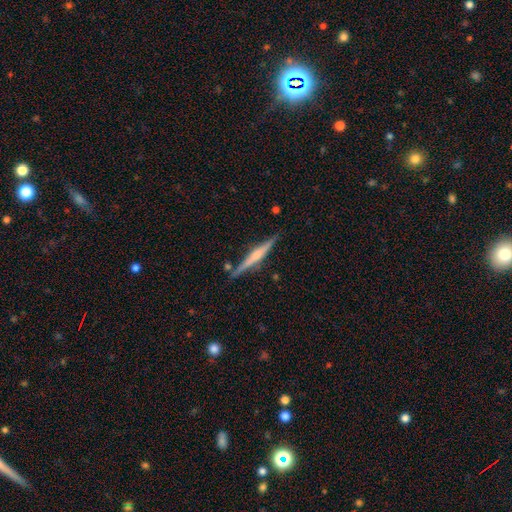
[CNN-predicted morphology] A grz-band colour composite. It shows a featured or disk galaxy (66%) viewed edge-on (98%) with a rounded central bulge (57%). Merging: none (84%).